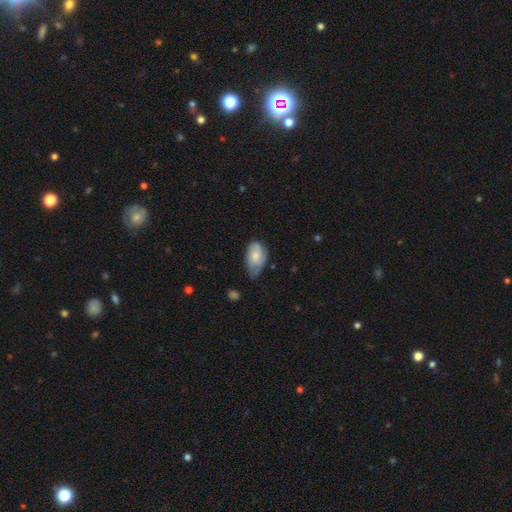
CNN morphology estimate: Overall: smooth (58%; featured or disk 35%). How rounded: in between (90%). Merging: minor disturbance (43%; none 42%).